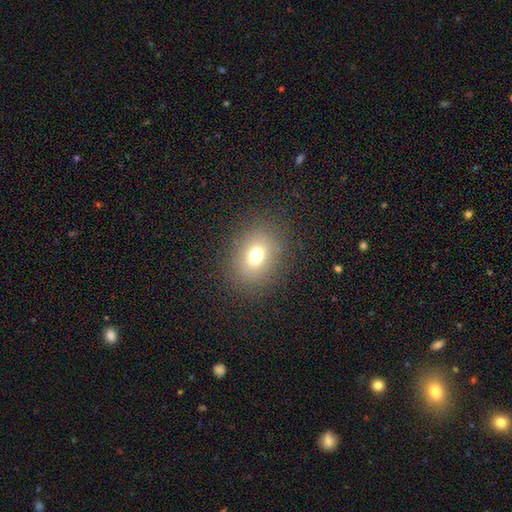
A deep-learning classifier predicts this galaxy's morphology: Q: Smooth or featured?
A: smooth (72%); runner-up: star or artifact (16%)
Q: How rounded?
A: round (51%); runner-up: in between (48%)
Q: Merging?
A: none (86%); runner-up: minor disturbance (8%)